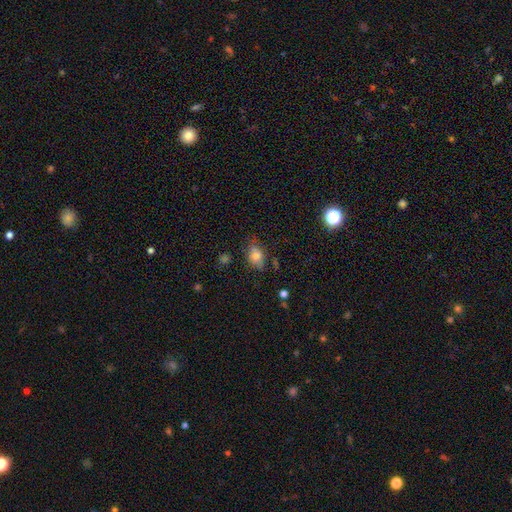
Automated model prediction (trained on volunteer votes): smooth-or-featured: smooth: 75% | featured or disk: 14% | star or artifact: 11%
  how-rounded: in between: 79% | round: 18% | cigar-shaped: 3%
  merging: none: 67% | minor disturbance: 24% | major disturbance: 6% | merger: 3%